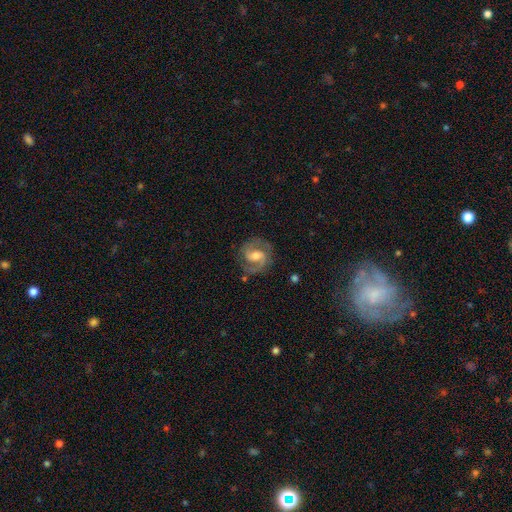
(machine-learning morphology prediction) Smooth or featured?
  - featured or disk: 86% *
  - smooth: 9%
  - star or artifact: 5%
Edge-on disk?
  - no: 98% *
  - yes: 2%
Bar?
  - weak: 53% *
  - no: 26%
  - strong: 21%
Spiral arms?
  - yes: 96% *
  - no: 4%
Spiral winding?
  - medium: 57% *
  - tight: 29%
  - loose: 14%
Spiral arm count?
  - 2: 91% *
  - can't tell: 3%
  - 1: 3%
  - 3: 1%
  - 4: 1%
  - more than 4: 1%
Bulge size?
  - moderate: 59% *
  - small: 26%
  - large: 10%
  - none: 4%
  - dominant: 1%
Merging?
  - none: 78% *
  - minor disturbance: 14%
  - major disturbance: 6%
  - merger: 2%